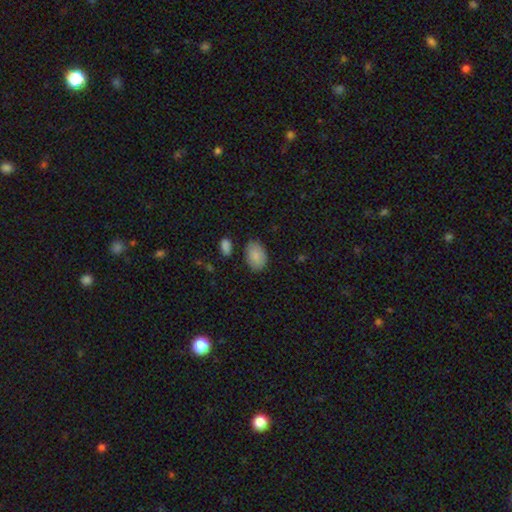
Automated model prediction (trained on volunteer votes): smooth 86%, featured or disk 7%, star or artifact 7%. Down the decision tree: how rounded — in between (88%); merging — none (77%).